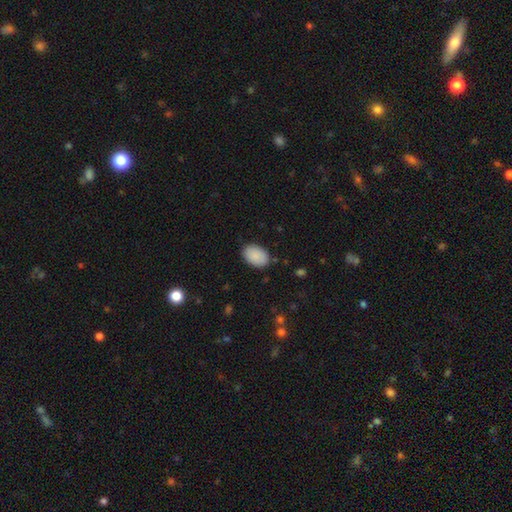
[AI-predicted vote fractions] Q: Smooth or featured?
A: smooth (90%); runner-up: star or artifact (6%)
Q: How rounded?
A: in between (89%); runner-up: round (10%)
Q: Merging?
A: none (86%); runner-up: minor disturbance (10%)